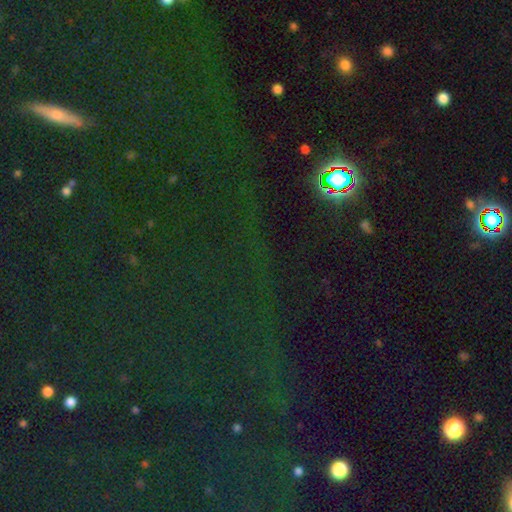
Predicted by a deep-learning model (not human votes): Q: Smooth or featured?
A: star or artifact (80%); runner-up: smooth (11%)